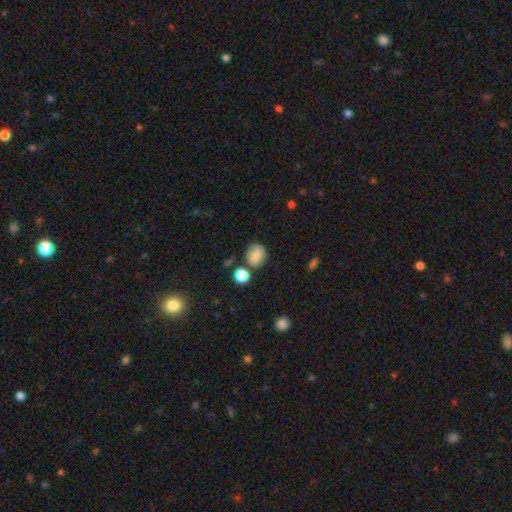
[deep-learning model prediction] Morphology: type=smooth (78%); roundness=round (64%); merging=none (67%).